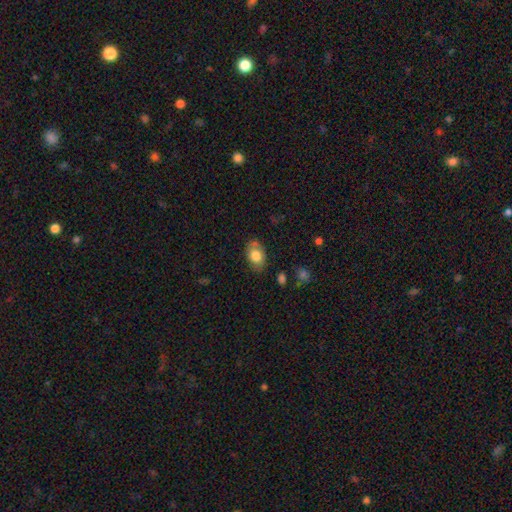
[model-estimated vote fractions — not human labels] smooth-or-featured: smooth: 78% | featured or disk: 15% | star or artifact: 7%
  how-rounded: in between: 82% | round: 17% | cigar-shaped: 1%
  merging: none: 72% | minor disturbance: 19% | merger: 5% | major disturbance: 4%